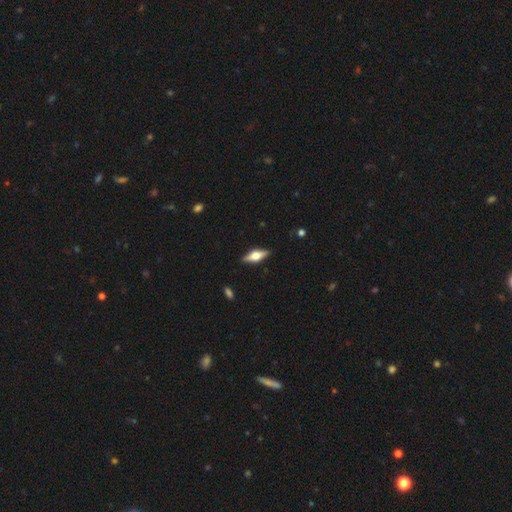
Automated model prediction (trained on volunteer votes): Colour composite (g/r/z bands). It shows a featured or disk galaxy (59%) viewed edge-on (94%) with a rounded central bulge (93%). Merging: none (88%).